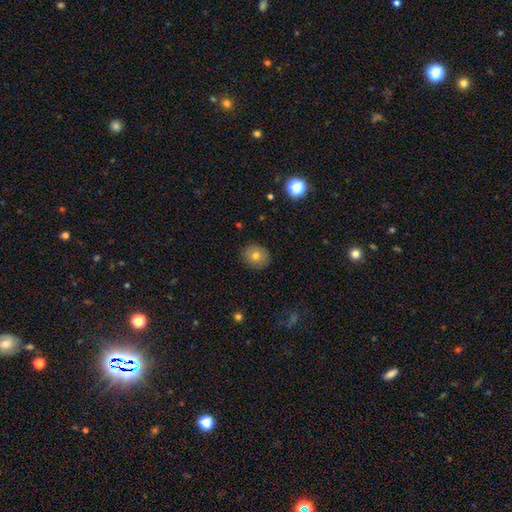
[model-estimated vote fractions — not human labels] Smooth or featured? Predicted: smooth (p=0.75). How rounded? Predicted: round (p=0.74). Merging? Predicted: none (p=0.88).